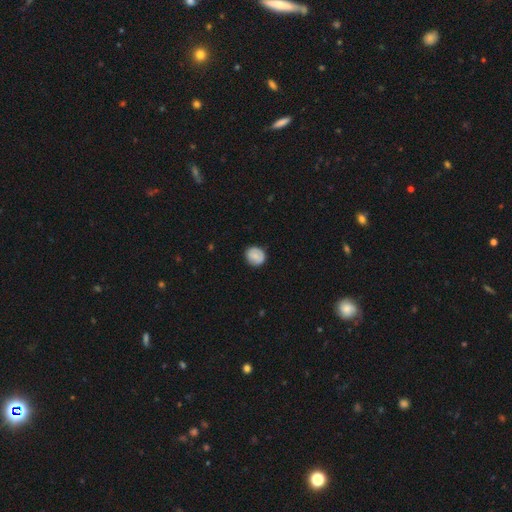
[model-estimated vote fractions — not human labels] Smooth or featured?
  - smooth: 76% *
  - featured or disk: 16%
  - star or artifact: 7%
How rounded?
  - round: 79% *
  - in between: 20%
  - cigar-shaped: 1%
Merging?
  - none: 84% *
  - minor disturbance: 12%
  - major disturbance: 3%
  - merger: 1%